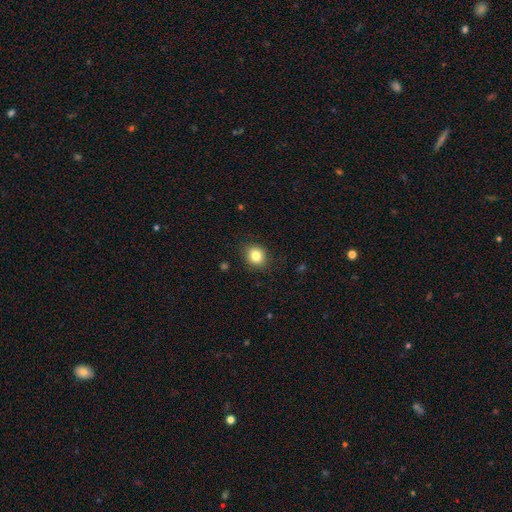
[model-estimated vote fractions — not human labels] Smooth or featured? smooth (83%)
How rounded? round (75%)
Merging? none (88%)